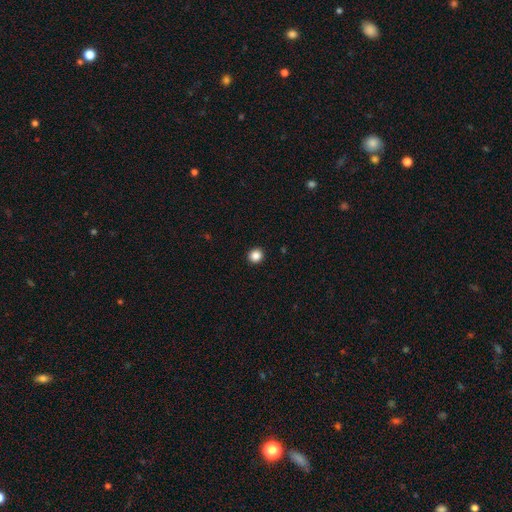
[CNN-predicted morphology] smooth 86%, star or artifact 10%, featured or disk 3%. Down the decision tree: how rounded — round (90%); merging — none (93%).